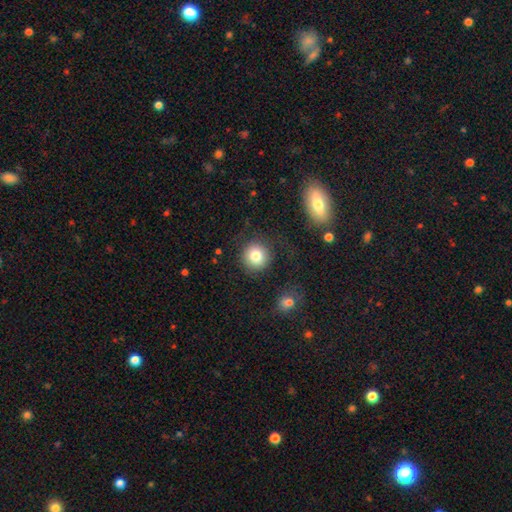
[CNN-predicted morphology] Q: Smooth or featured?
A: smooth (82%); runner-up: star or artifact (10%)
Q: How rounded?
A: round (92%); runner-up: in between (7%)
Q: Merging?
A: none (82%); runner-up: minor disturbance (10%)